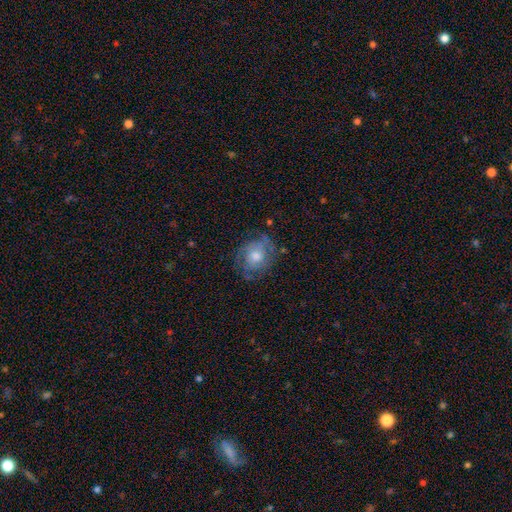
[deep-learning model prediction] Overall: featured or disk (64%; smooth 27%). Edge-on disk: no (97%). Bar: no (78%). Spiral arms: yes (83%). Spiral arm count: can't tell (40%; 2 25%). Spiral winding: tight (54%; medium 35%). Bulge size: moderate (62%). Merging: none (69%).